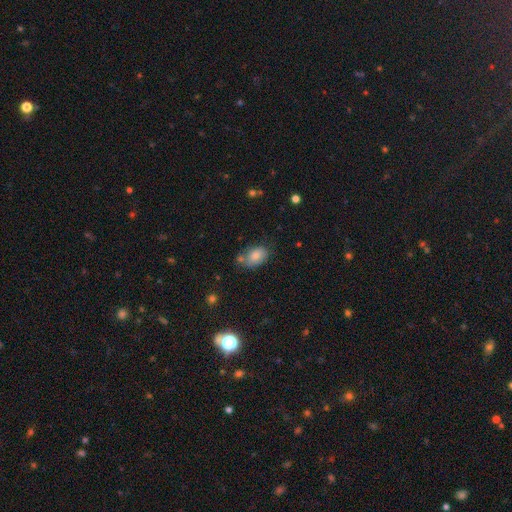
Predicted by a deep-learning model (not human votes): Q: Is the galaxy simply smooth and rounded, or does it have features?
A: smooth — 79%.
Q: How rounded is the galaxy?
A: in between — 87%.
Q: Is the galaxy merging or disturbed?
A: none — 60%.